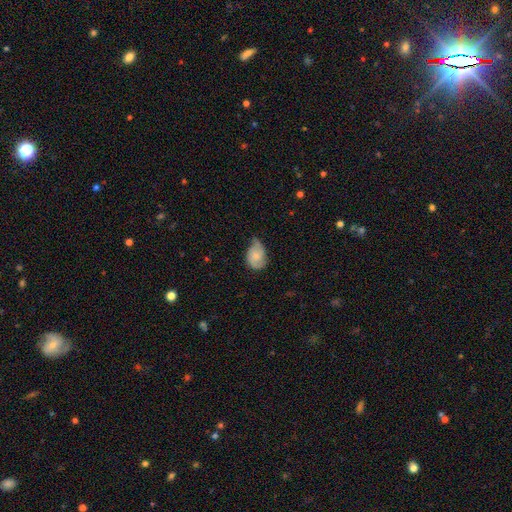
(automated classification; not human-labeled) Smooth or featured: smooth — 53% (featured or disk — 40%)
How rounded: in between — 76% (round — 22%)
Merging: minor disturbance — 45% (none — 36%)